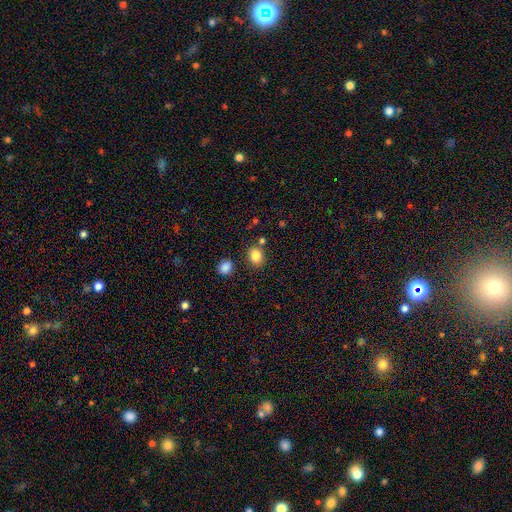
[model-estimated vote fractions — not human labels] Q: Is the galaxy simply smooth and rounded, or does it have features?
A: smooth — 84%.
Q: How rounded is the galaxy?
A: round — 68%.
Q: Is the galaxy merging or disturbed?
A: none — 80%.